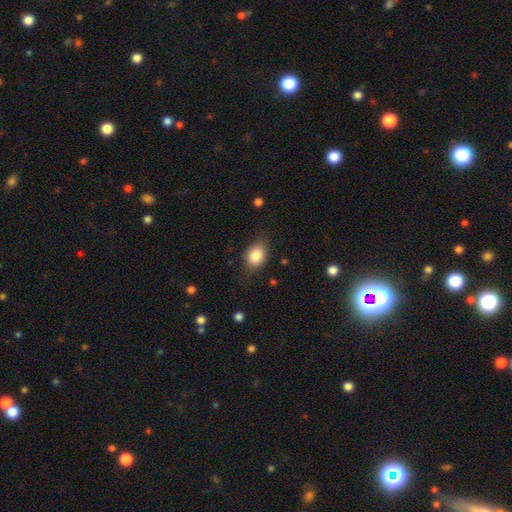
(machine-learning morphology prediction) A smooth galaxy with no disk features (83%) that is in between round and cigar-shaped (68%).

Vote fractions:
- Smooth or featured? smooth: 83% / featured or disk: 9% / star or artifact: 8%
- How rounded? in between: 68% / round: 31% / cigar-shaped: 1%
- Merging? none: 74% / minor disturbance: 20% / major disturbance: 5% / merger: 1%